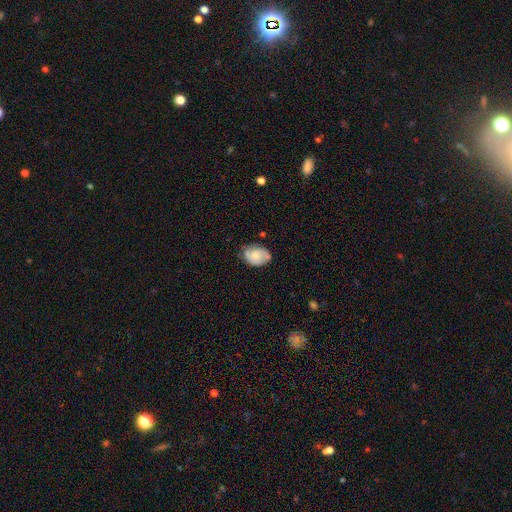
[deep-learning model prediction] smooth-or-featured: smooth: 57% | featured or disk: 35% | star or artifact: 7%
  how-rounded: in between: 77% | round: 22% | cigar-shaped: 1%
  merging: none: 63% | minor disturbance: 28% | major disturbance: 7% | merger: 2%